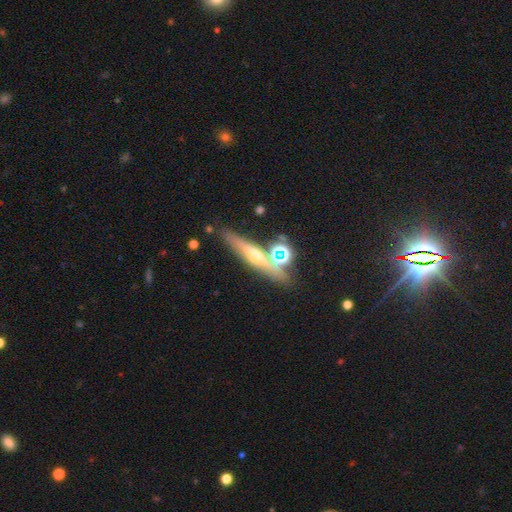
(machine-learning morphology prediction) smooth-or-featured: featured or disk: 53% | smooth: 25% | star or artifact: 22%
  disk-edge-on: yes: 88% | no: 12%
  merging: none: 75% | merger: 10% | minor disturbance: 10% | major disturbance: 4%